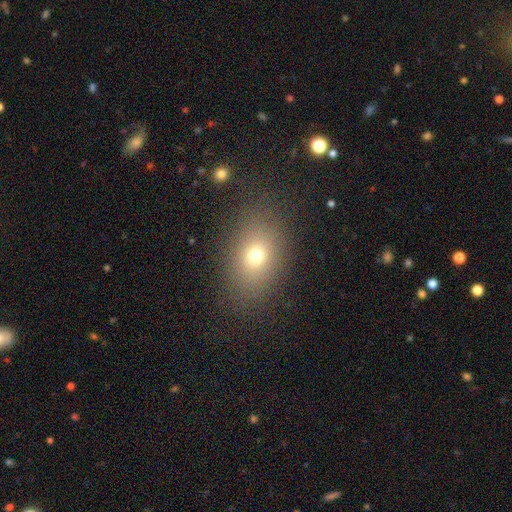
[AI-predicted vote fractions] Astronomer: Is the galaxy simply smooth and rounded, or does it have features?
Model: smooth — 70%.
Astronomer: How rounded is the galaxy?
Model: in between — 67%.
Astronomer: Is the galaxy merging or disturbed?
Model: none — 82%.